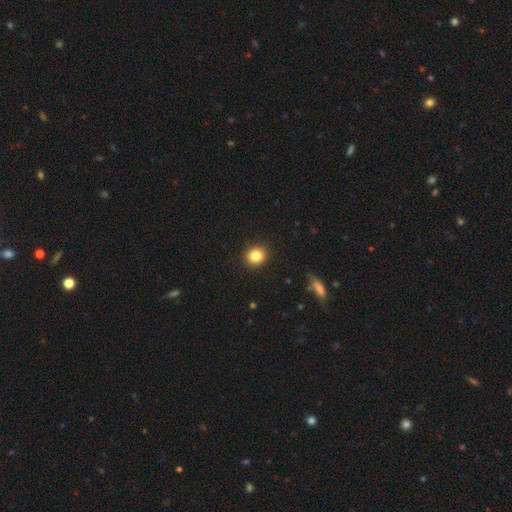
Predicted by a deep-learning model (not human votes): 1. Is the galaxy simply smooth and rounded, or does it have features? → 86% smooth, 10% star or artifact, 5% featured or disk.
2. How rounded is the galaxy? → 74% round, 25% in between, 1% cigar-shaped.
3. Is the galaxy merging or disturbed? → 90% none, 7% minor disturbance, 2% major disturbance, 1% merger.